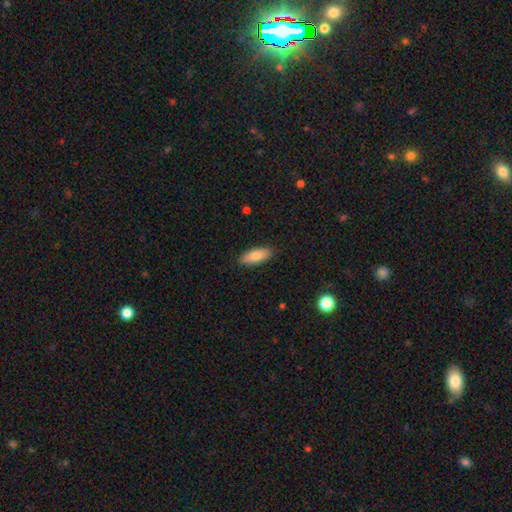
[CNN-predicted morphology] This appears to be a smooth galaxy with no disk features (82%) that is in between round and cigar-shaped (77%). Merging: none (89%).